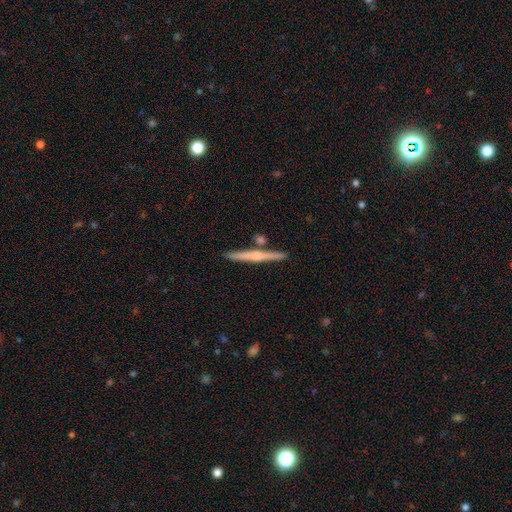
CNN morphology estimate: Smooth or featured? featured or disk (61%)
Edge-on disk? yes (98%)
Edge-on bulge? rounded (66%)
Merging? none (84%)